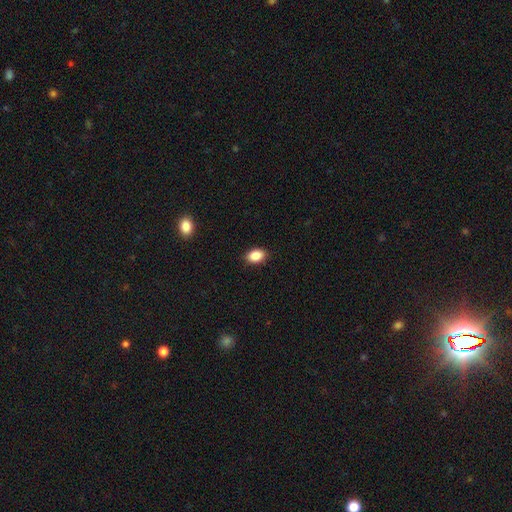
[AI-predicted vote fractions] Smooth or featured?
  - smooth: 88% *
  - star or artifact: 8%
  - featured or disk: 4%
How rounded?
  - in between: 85% *
  - round: 14%
  - cigar-shaped: 1%
Merging?
  - none: 89% *
  - minor disturbance: 8%
  - major disturbance: 2%
  - merger: 1%